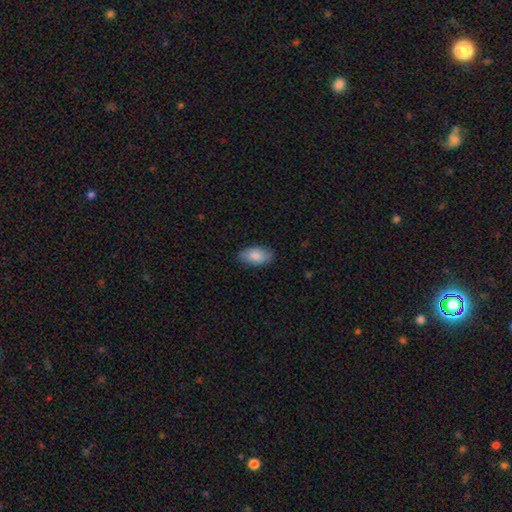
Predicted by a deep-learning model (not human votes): Smooth or featured? smooth (83%)
How rounded? in between (93%)
Merging? none (82%)